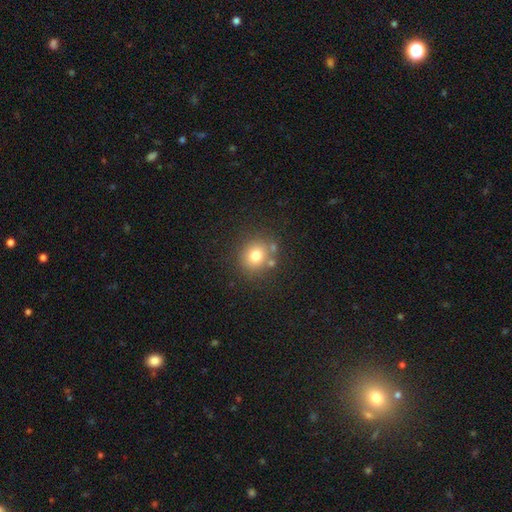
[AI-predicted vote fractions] smooth 76%, star or artifact 14%, featured or disk 11%. Down the decision tree: how rounded — round (84%); merging — none (76%).